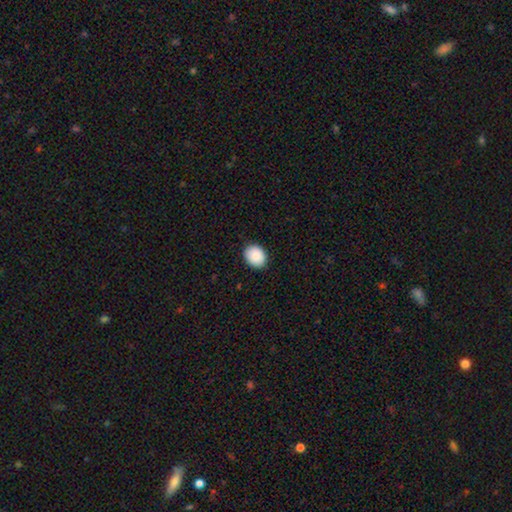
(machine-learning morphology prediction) smooth_or_featured: smooth (p=0.88) [alt: star or artifact p=0.07]
how_rounded: round (p=0.52) [alt: in between p=0.47]
merging: none (p=0.89) [alt: minor disturbance p=0.09]